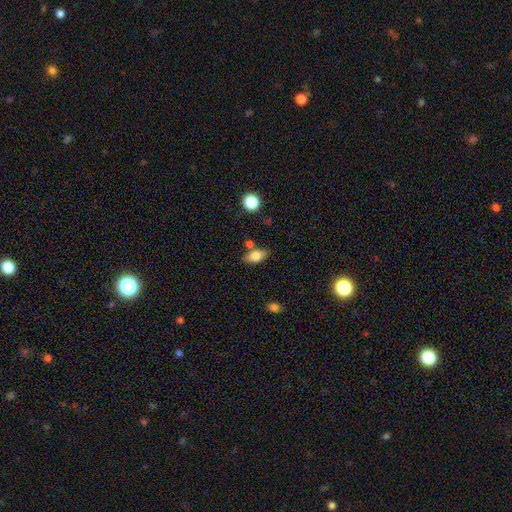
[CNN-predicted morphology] A smooth galaxy with no disk features (80%) that is in between round and cigar-shaped (87%). Merging: none (70%).